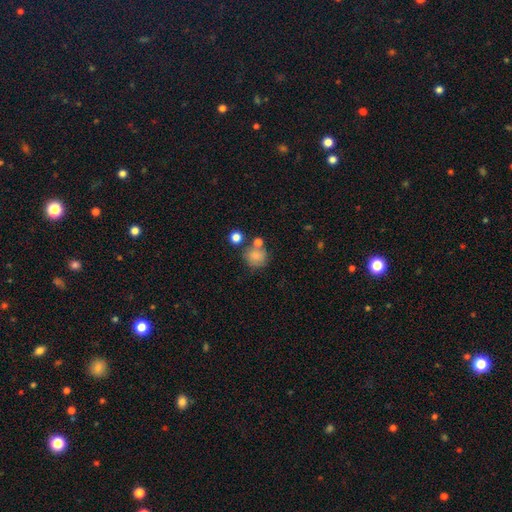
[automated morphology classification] smooth 78%, featured or disk 11%, star or artifact 10%. Down the decision tree: how rounded — round (85%); merging — none (57%).